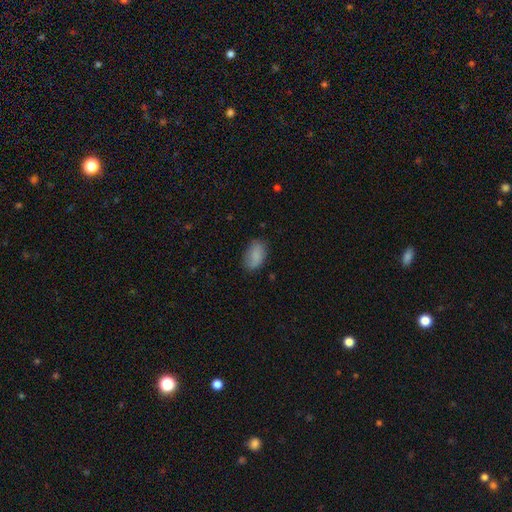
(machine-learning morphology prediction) smooth_or_featured: smooth (p=0.84) [alt: featured or disk p=0.08]
how_rounded: in between (p=0.91) [alt: round p=0.08]
merging: none (p=0.73) [alt: minor disturbance p=0.21]